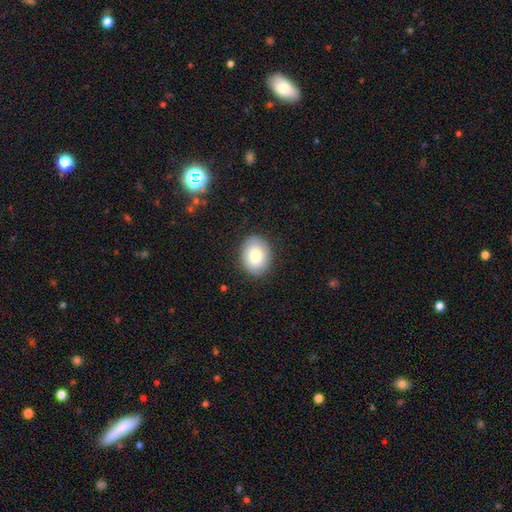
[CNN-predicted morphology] smooth-or-featured: smooth: 78% | featured or disk: 15% | star or artifact: 8%
  how-rounded: in between: 57% | round: 43% | cigar-shaped: 1%
  merging: none: 87% | minor disturbance: 9% | major disturbance: 2% | merger: 1%